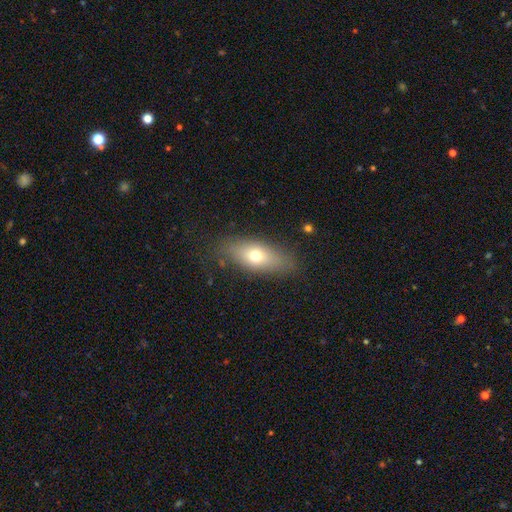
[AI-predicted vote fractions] smooth 67%, featured or disk 23%, star or artifact 9%. Down the decision tree: how rounded — in between (76%); merging — none (79%).